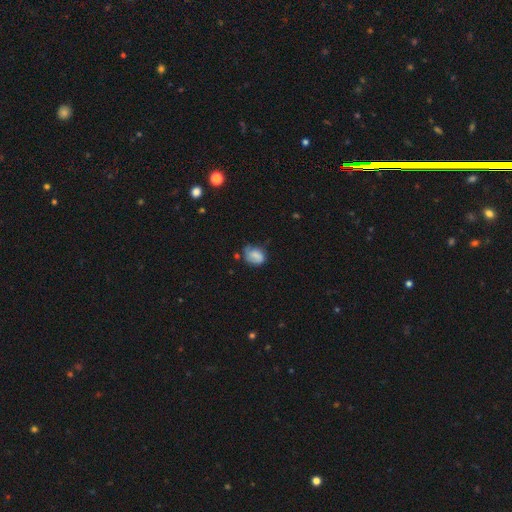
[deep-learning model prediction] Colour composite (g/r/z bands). It shows a smooth galaxy with no disk features (68%) that is in between round and cigar-shaped (59%). Merging: none (43%).